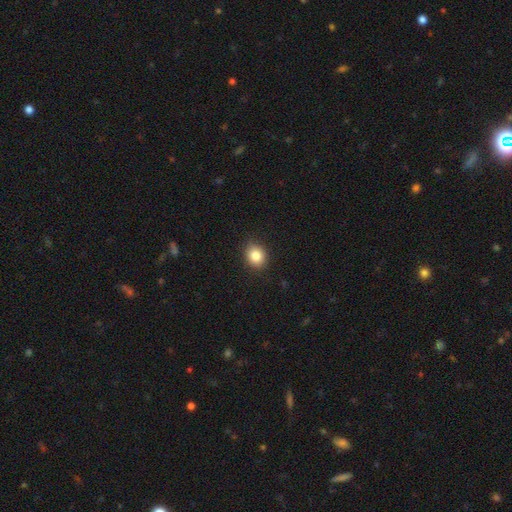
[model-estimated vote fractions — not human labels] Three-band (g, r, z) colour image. It shows a smooth galaxy with no disk features (84%) that is round (65%). Merging: none (87%).